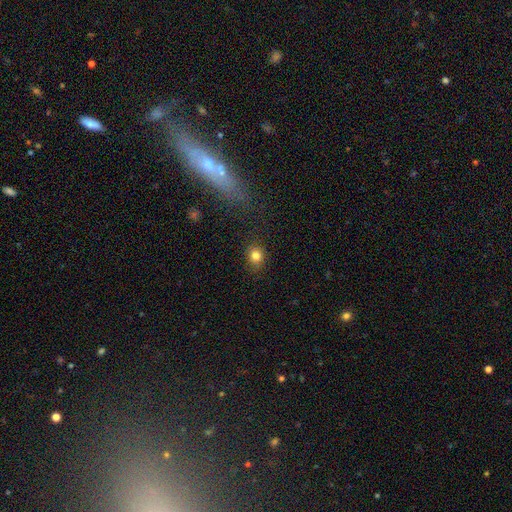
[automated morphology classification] smooth-or-featured: smooth: 81% | star or artifact: 12% | featured or disk: 6%
  how-rounded: round: 71% | in between: 29% | cigar-shaped: 1%
  merging: none: 85% | minor disturbance: 10% | major disturbance: 3% | merger: 1%